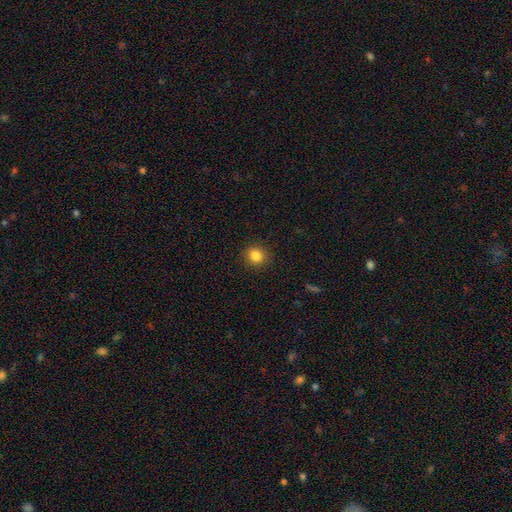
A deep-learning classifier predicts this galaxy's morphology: The model was most divided on "how rounded": round: 86%, in between: 14%, cigar-shaped: 1%. More confident: merging — none (89%); smooth or featured — smooth (84%).